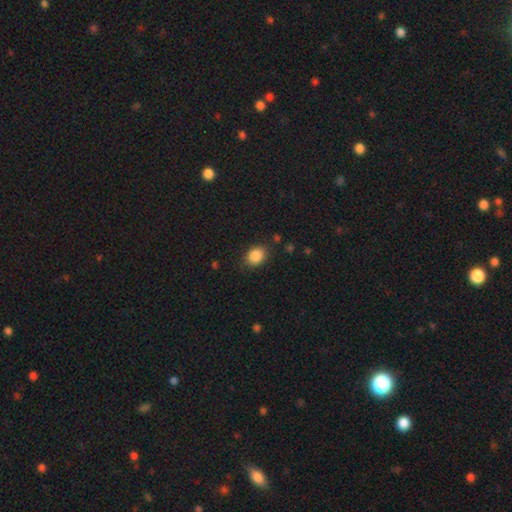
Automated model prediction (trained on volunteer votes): Morphology: type=smooth (87%); roundness=in between (56%); merging=none (83%).